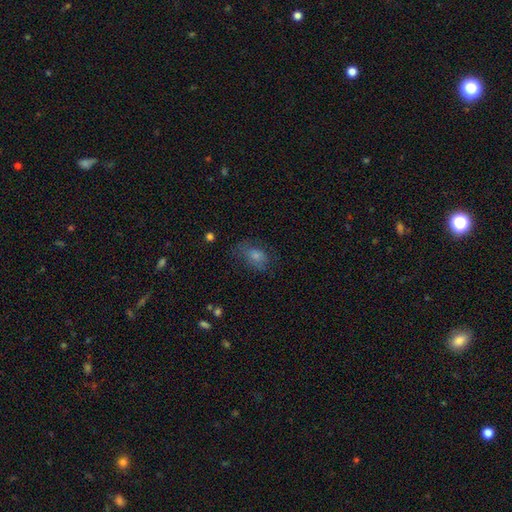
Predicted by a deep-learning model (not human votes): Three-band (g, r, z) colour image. It shows a smooth galaxy with no disk features (73%) that is in between round and cigar-shaped (76%). Merging: none (55%).